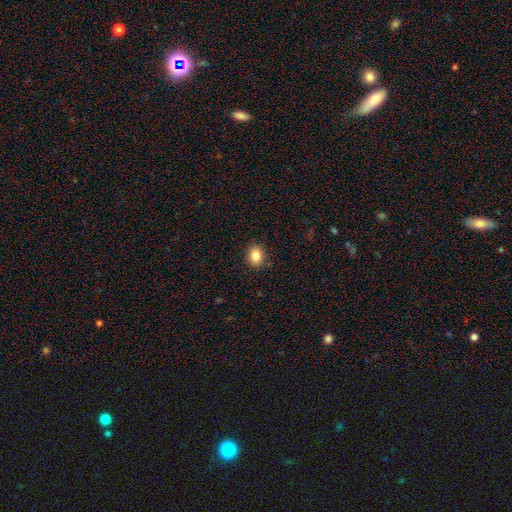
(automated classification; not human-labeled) The model was most divided on "how rounded": in between: 52%, round: 47%, cigar-shaped: 1%. More confident: merging — none (89%); smooth or featured — smooth (85%).